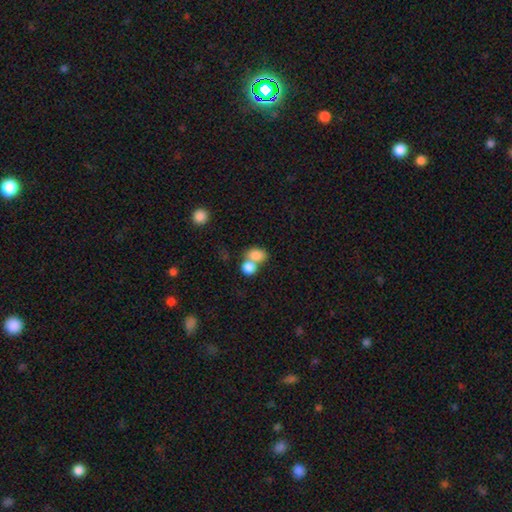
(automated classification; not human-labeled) This is clearly a smooth galaxy (82%). How rounded: likely in between (63%). Merging: possibly merger (59%).